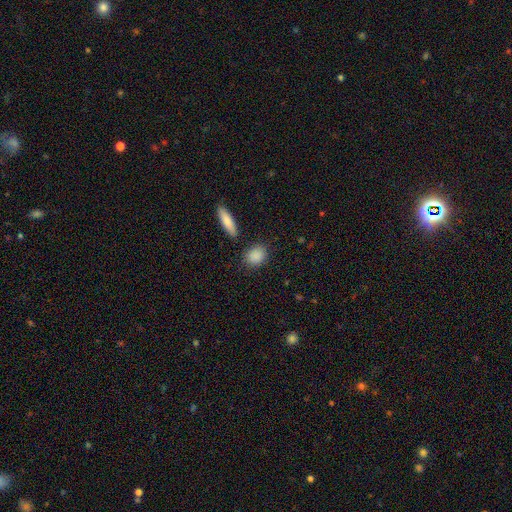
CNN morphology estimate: The model was most divided on "how rounded" (2-way tie): round: 48%, in between: 48%, cigar-shaped: 4%. More confident: smooth or featured — smooth (88%); merging — none (81%).